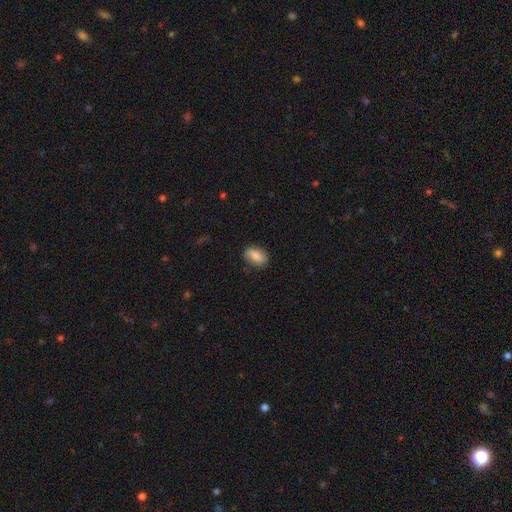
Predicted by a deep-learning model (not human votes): Smooth or featured? smooth (71%)
How rounded? in between (85%)
Merging? none (75%)